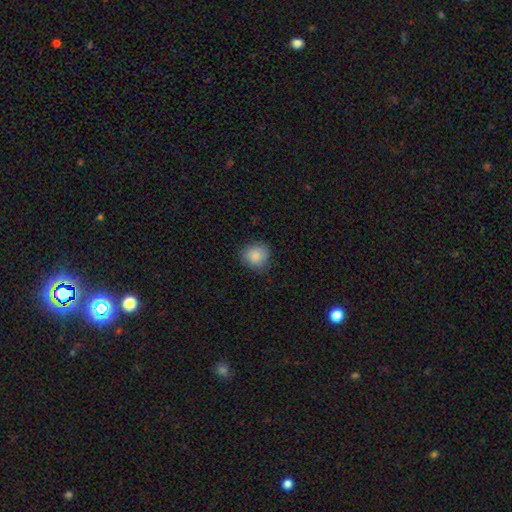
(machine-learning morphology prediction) Smooth or featured?
  - smooth: 85% *
  - star or artifact: 9%
  - featured or disk: 7%
How rounded?
  - round: 83% *
  - in between: 17%
  - cigar-shaped: 1%
Merging?
  - none: 79% *
  - minor disturbance: 17%
  - major disturbance: 4%
  - merger: 1%